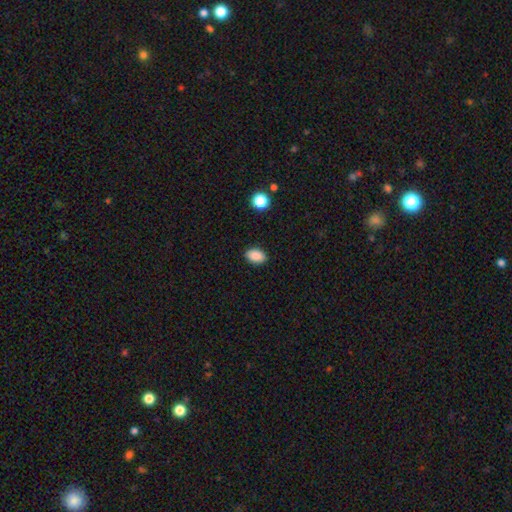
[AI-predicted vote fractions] A smooth galaxy with no disk features (88%) that is in between round and cigar-shaped (89%).

Vote fractions:
- Smooth or featured? smooth: 88% / star or artifact: 8% / featured or disk: 4%
- How rounded? in between: 89% / round: 10% / cigar-shaped: 1%
- Merging? none: 89% / minor disturbance: 8% / major disturbance: 2% / merger: 1%